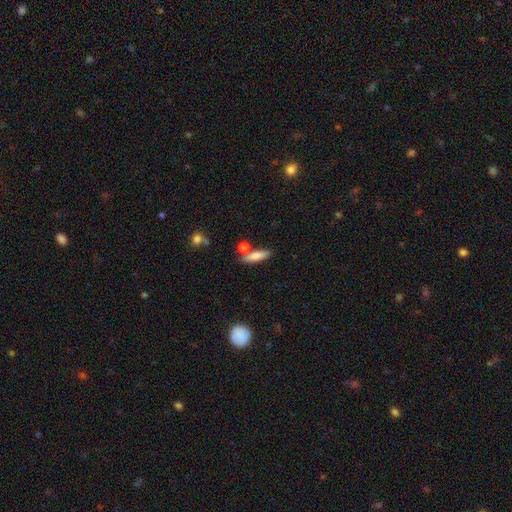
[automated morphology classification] Smooth or featured? smooth (77%)
How rounded? cigar-shaped (65%)
Merging? none (72%)